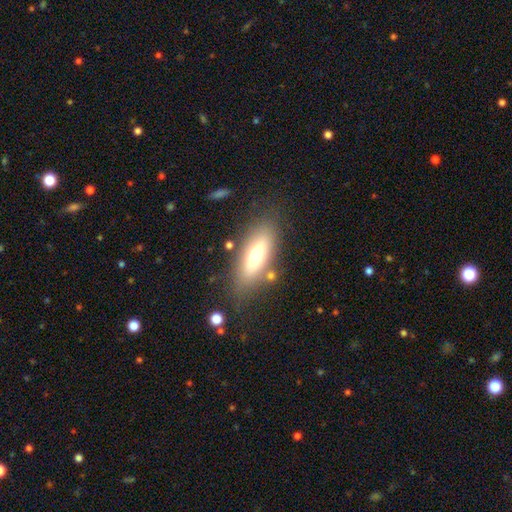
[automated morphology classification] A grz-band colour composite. It shows a smooth galaxy with no disk features (63%) that is in between round and cigar-shaped (69%). Merging: none (76%).